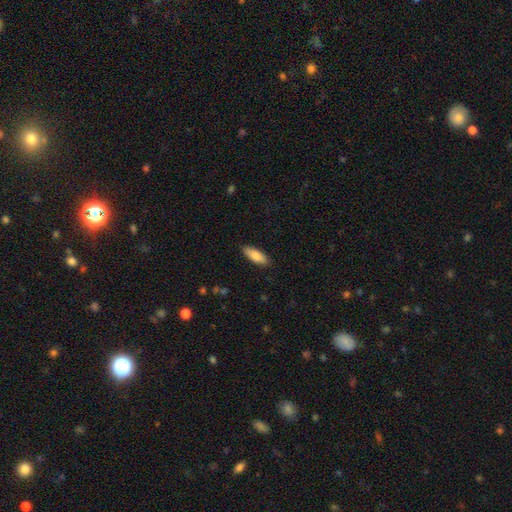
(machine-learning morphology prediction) smooth-or-featured: smooth: 81% | featured or disk: 13% | star or artifact: 6%
  how-rounded: in between: 66% | cigar-shaped: 32% | round: 2%
  merging: none: 88% | minor disturbance: 9% | major disturbance: 2% | merger: 1%